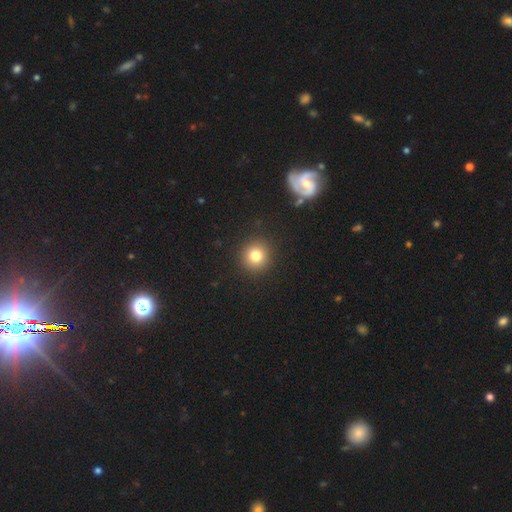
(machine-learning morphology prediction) Smooth or featured?
  - smooth: 79% *
  - star or artifact: 13%
  - featured or disk: 8%
How rounded?
  - round: 93% *
  - in between: 6%
  - cigar-shaped: 1%
Merging?
  - none: 91% *
  - minor disturbance: 5%
  - major disturbance: 2%
  - merger: 1%